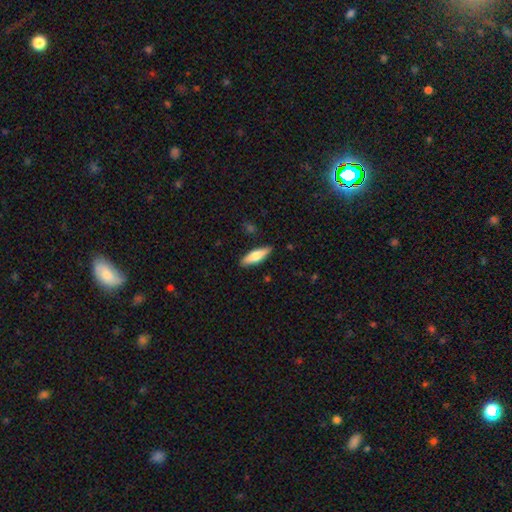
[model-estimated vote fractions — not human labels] Smooth or featured?
  - smooth: 68% *
  - featured or disk: 26%
  - star or artifact: 6%
How rounded?
  - cigar-shaped: 54% *
  - in between: 44%
  - round: 2%
Merging?
  - none: 87% *
  - minor disturbance: 10%
  - major disturbance: 2%
  - merger: 1%